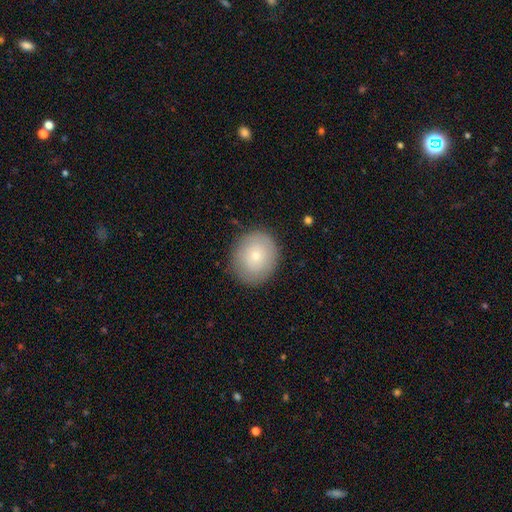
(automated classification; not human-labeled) A smooth galaxy with no disk features (74%) that is round (70%).

Vote fractions:
- Smooth or featured? smooth: 74% / featured or disk: 19% / star or artifact: 7%
- How rounded? round: 70% / in between: 29% / cigar-shaped: 1%
- Merging? none: 85% / minor disturbance: 11% / major disturbance: 3% / merger: 1%